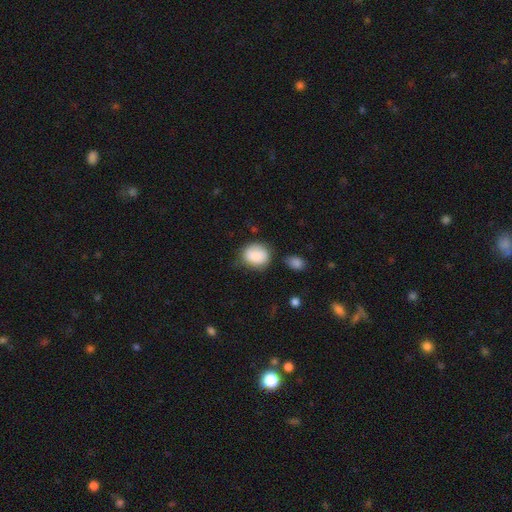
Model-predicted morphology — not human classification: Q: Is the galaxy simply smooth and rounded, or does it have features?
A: smooth — 85%.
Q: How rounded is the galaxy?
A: round — 58%.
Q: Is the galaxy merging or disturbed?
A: none — 64%.